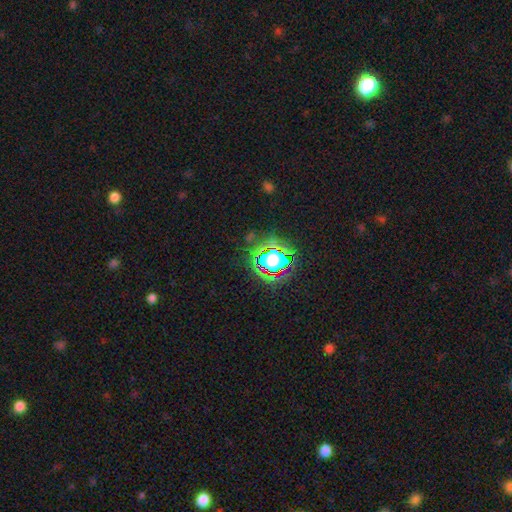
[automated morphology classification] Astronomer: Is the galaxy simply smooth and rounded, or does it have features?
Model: star or artifact — 76%.